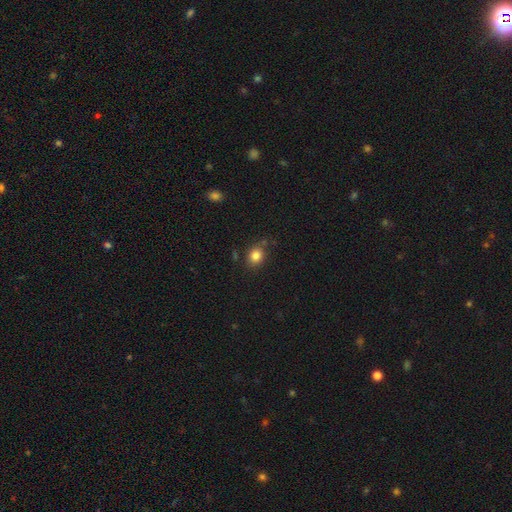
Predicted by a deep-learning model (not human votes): Overall: smooth (83%). How rounded: round (63%; in between 36%). Merging: none (76%).